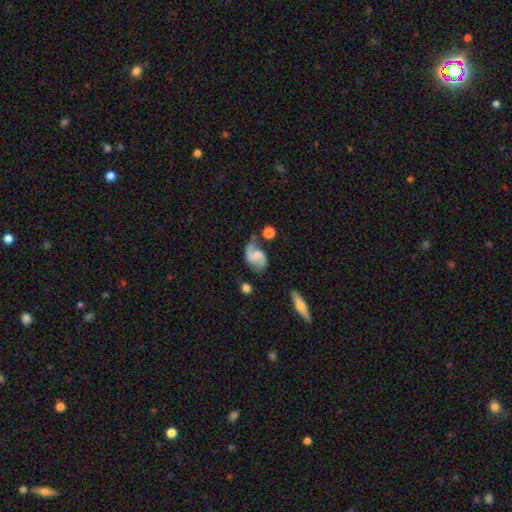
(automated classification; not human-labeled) Q: Smooth or featured?
A: featured or disk (84%); runner-up: smooth (10%)
Q: Edge-on disk?
A: no (98%); runner-up: yes (2%)
Q: Bar?
A: no (47%); runner-up: weak (41%)
Q: Spiral arms?
A: yes (96%); runner-up: no (4%)
Q: Spiral winding?
A: medium (47%); runner-up: loose (38%)
Q: Spiral arm count?
A: 2 (91%); runner-up: can't tell (3%)
Q: Bulge size?
A: none (50%); runner-up: small (25%)
Q: Merging?
A: none (62%); runner-up: minor disturbance (20%)